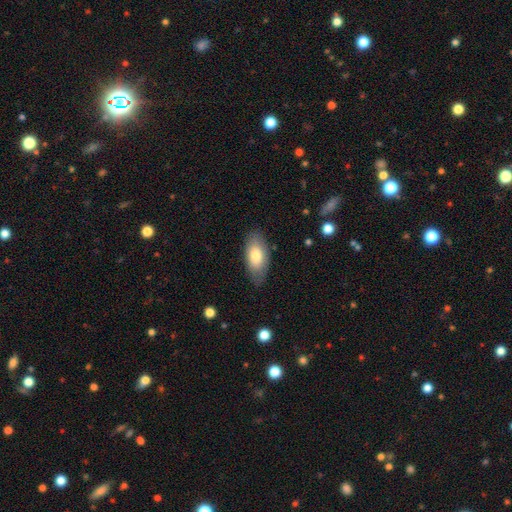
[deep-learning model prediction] This appears to be a smooth galaxy with no disk features (77%) that is in between round and cigar-shaped (92%). Merging: none (78%).